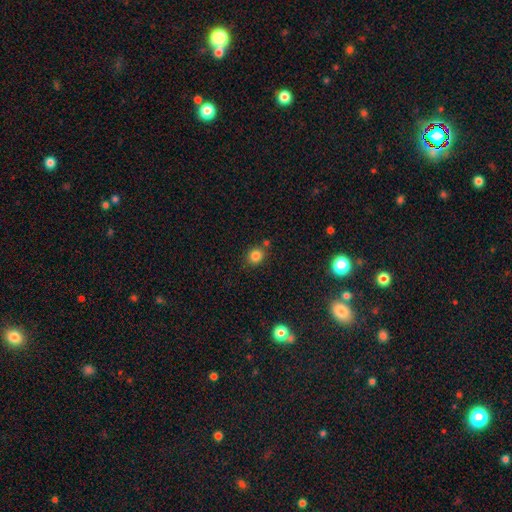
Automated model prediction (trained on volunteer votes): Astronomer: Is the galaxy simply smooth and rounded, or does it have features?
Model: smooth — 83%.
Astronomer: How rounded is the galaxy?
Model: round — 79%.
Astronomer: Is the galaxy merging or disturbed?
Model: none — 78%.